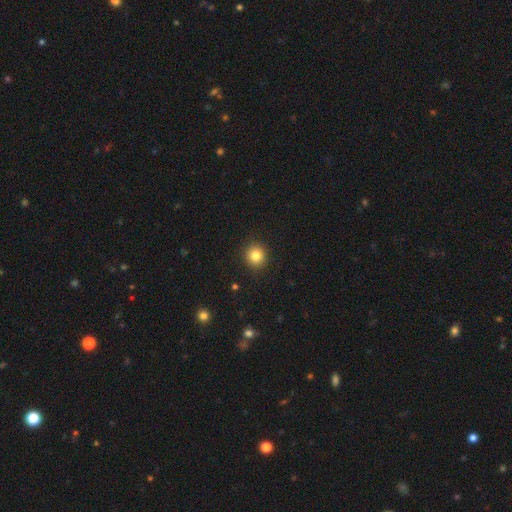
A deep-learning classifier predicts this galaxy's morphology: Overall: smooth (83%). How rounded: round (91%). Merging: none (91%).